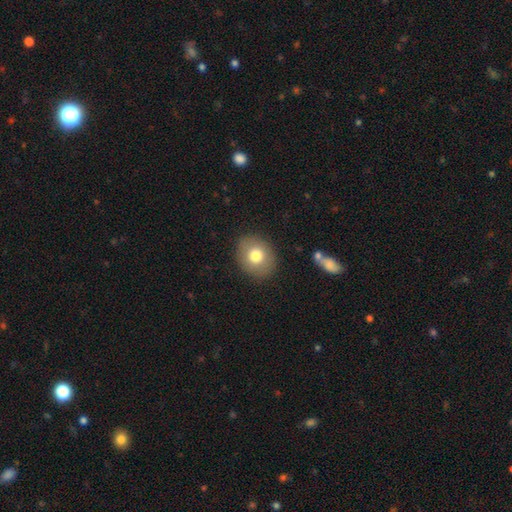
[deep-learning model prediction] smooth-or-featured: smooth: 76% | featured or disk: 16% | star or artifact: 9%
  how-rounded: round: 64% | in between: 35% | cigar-shaped: 1%
  merging: none: 87% | minor disturbance: 8% | major disturbance: 3% | merger: 1%